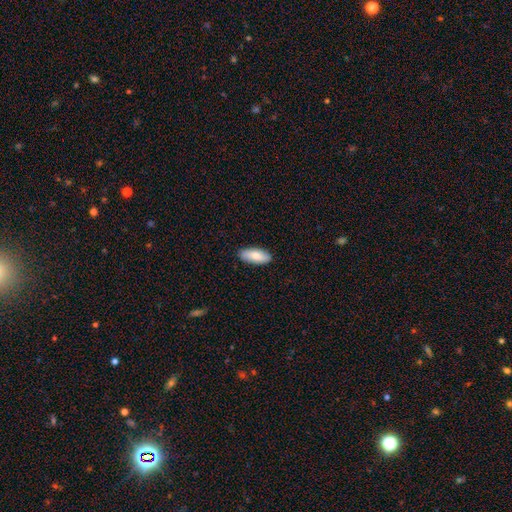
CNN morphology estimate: smooth_or_featured: smooth (p=0.83) [alt: featured or disk p=0.11]
how_rounded: in between (p=0.82) [alt: cigar-shaped p=0.16]
merging: none (p=0.88) [alt: minor disturbance p=0.09]